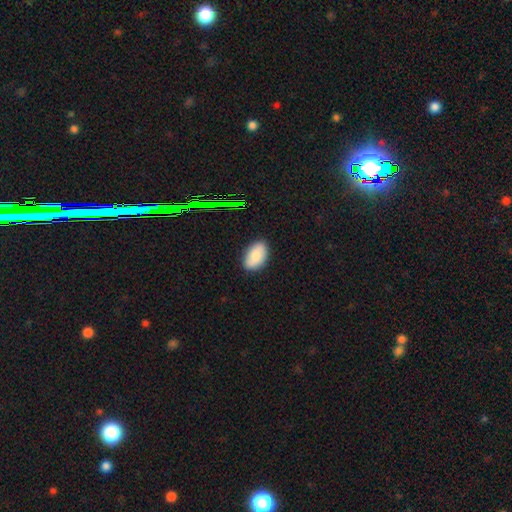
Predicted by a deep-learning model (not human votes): smooth_or_featured: smooth (p=0.79) [alt: featured or disk p=0.13]
how_rounded: in between (p=0.93) [alt: round p=0.06]
merging: none (p=0.85) [alt: minor disturbance p=0.11]